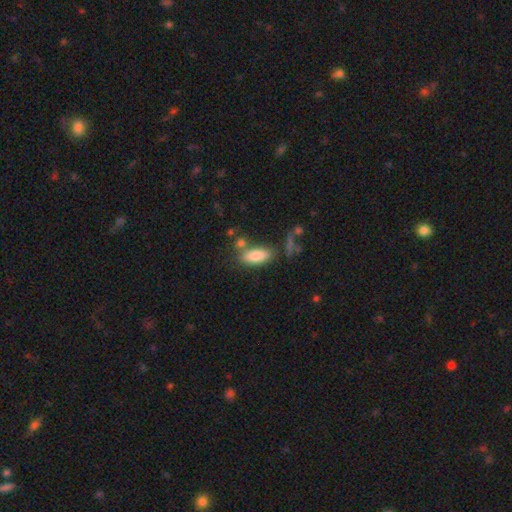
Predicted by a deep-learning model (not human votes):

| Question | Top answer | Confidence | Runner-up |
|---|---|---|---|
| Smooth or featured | smooth | 82% | featured or disk (11%) |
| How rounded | in between | 80% | cigar-shaped (17%) |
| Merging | none | 67% | minor disturbance (16%) |